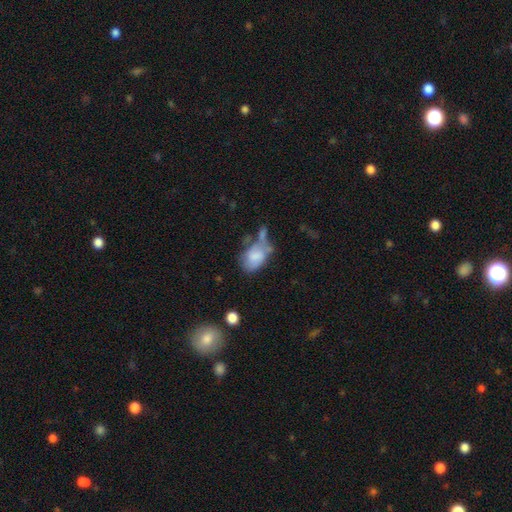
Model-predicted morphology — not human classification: This is likely a smooth galaxy (71%). How rounded: clearly in between (86%). Merging: marginally none (29%).